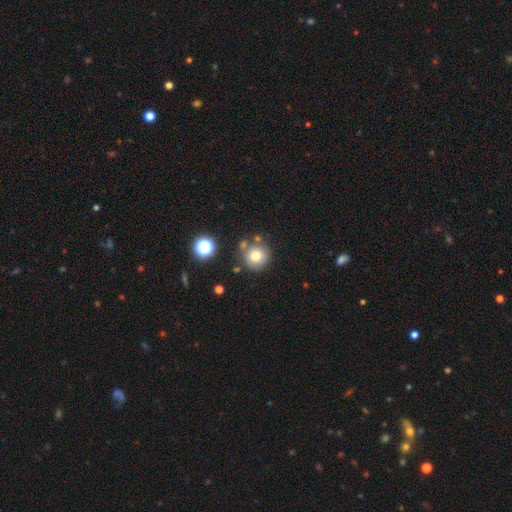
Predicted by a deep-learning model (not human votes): Smooth or featured? Predicted: smooth (p=0.77). How rounded? Predicted: round (p=0.93). Merging? Predicted: none (p=0.74).